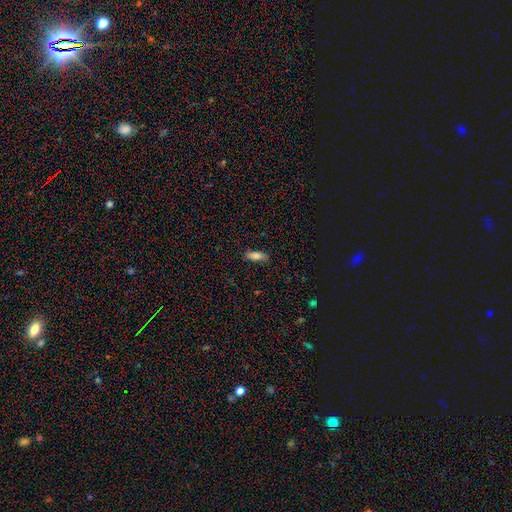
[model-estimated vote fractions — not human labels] Smooth or featured?
  - smooth: 78% *
  - featured or disk: 14%
  - star or artifact: 7%
How rounded?
  - in between: 70% *
  - cigar-shaped: 27%
  - round: 2%
Merging?
  - none: 80% *
  - minor disturbance: 15%
  - major disturbance: 3%
  - merger: 1%